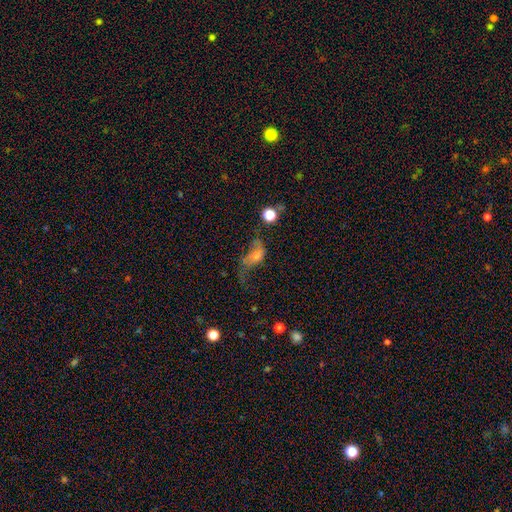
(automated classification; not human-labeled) Overall: featured or disk (50%; smooth 34%). Merging: major disturbance (38%; none 33%).